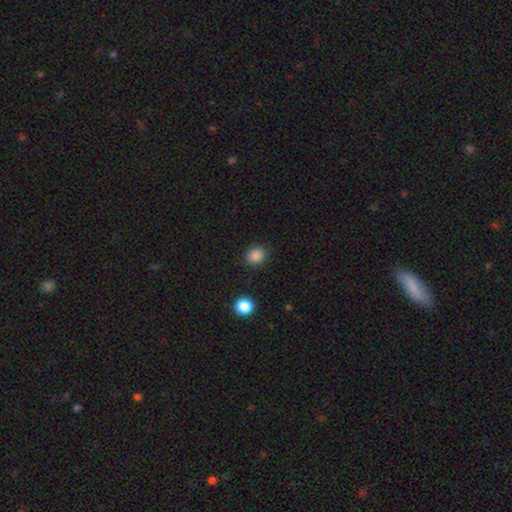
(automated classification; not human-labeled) Smooth or featured?
  - smooth: 86% *
  - star or artifact: 11%
  - featured or disk: 4%
How rounded?
  - round: 76% *
  - in between: 23%
  - cigar-shaped: 1%
Merging?
  - none: 88% *
  - minor disturbance: 8%
  - major disturbance: 2%
  - merger: 2%